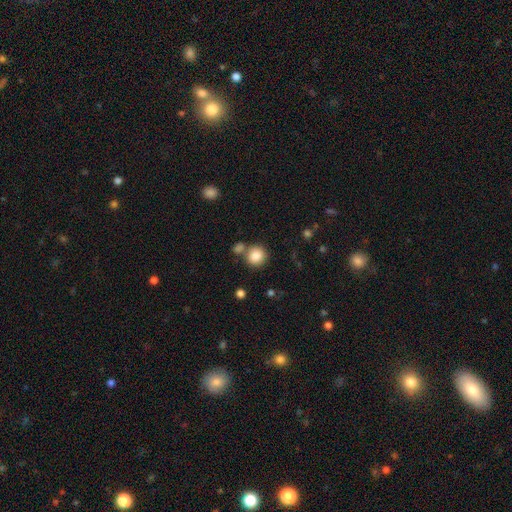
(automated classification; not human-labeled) A smooth galaxy with no disk features (86%) that is round (86%). Merging: none (66%).